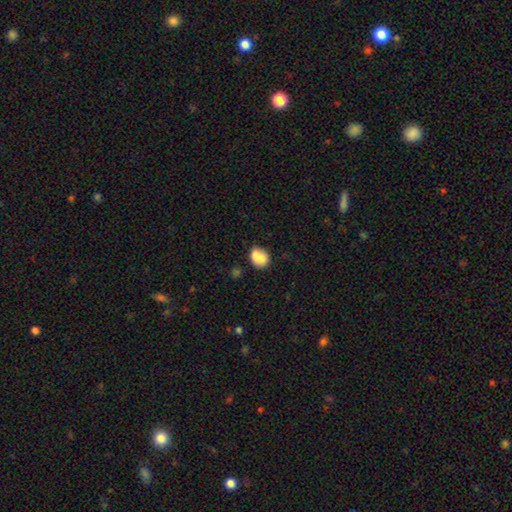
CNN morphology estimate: Overall: smooth (74%). How rounded: round (58%; in between 41%). Merging: merger (41%; none 38%).